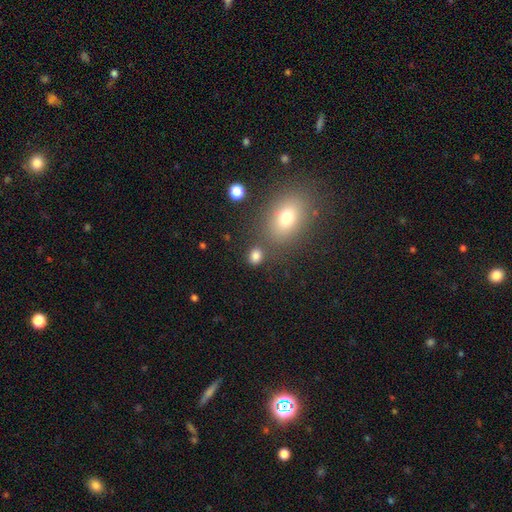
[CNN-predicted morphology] Smooth or featured? smooth (80%)
How rounded? round (56%)
Merging? none (75%)